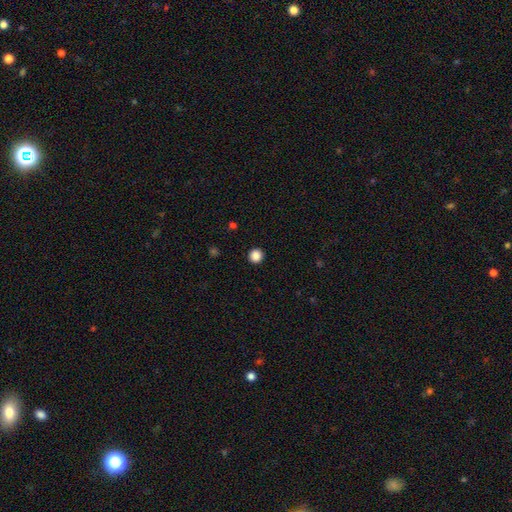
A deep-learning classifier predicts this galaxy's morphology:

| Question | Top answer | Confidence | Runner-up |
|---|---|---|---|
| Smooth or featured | smooth | 88% | star or artifact (10%) |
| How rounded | round | 94% | in between (5%) |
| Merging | none | 93% | minor disturbance (4%) |